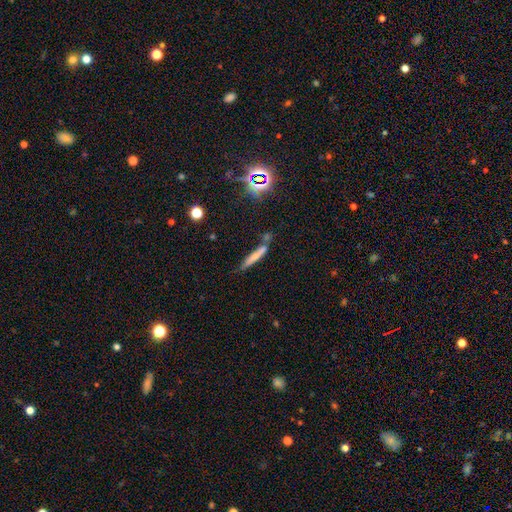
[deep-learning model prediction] This is likely a smooth galaxy (60%). How rounded: clearly cigar-shaped (92%). Merging: likely none (63%).